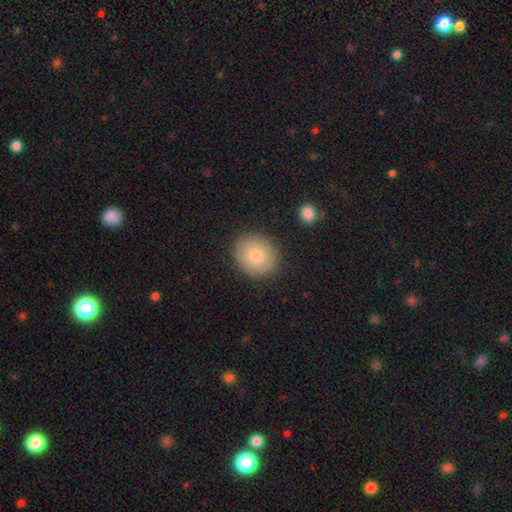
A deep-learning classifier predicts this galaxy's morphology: Smooth or featured?
  - smooth: 81% *
  - featured or disk: 11%
  - star or artifact: 8%
How rounded?
  - round: 71% *
  - in between: 28%
  - cigar-shaped: 1%
Merging?
  - none: 89% *
  - minor disturbance: 8%
  - major disturbance: 2%
  - merger: 1%